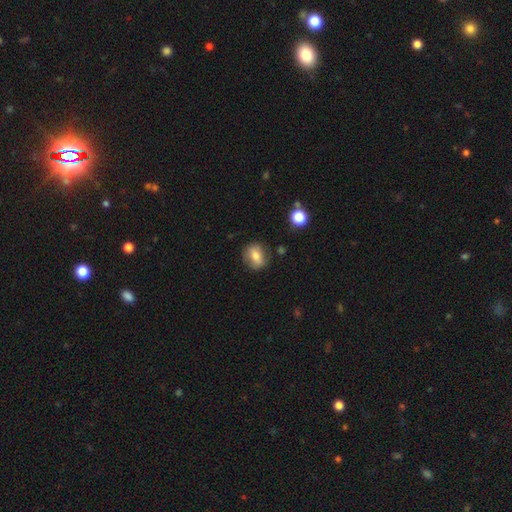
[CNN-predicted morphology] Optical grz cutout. It shows a smooth galaxy with no disk features (70%) that is round (56%). Merging: none (75%).